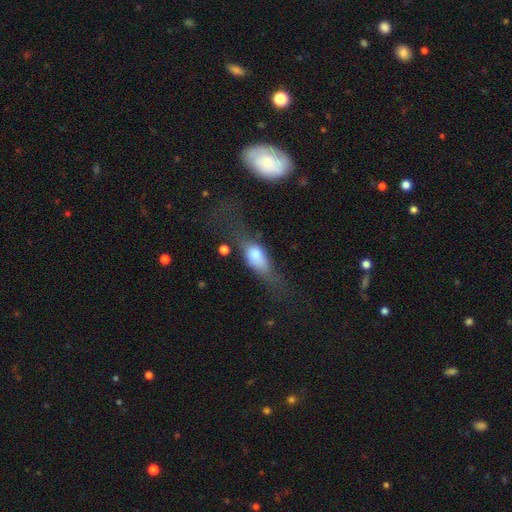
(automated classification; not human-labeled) smooth-or-featured: smooth: 63% | featured or disk: 29% | star or artifact: 9%
  how-rounded: in between: 70% | cigar-shaped: 22% | round: 8%
  merging: major disturbance: 36% | none: 35% | minor disturbance: 24% | merger: 6%